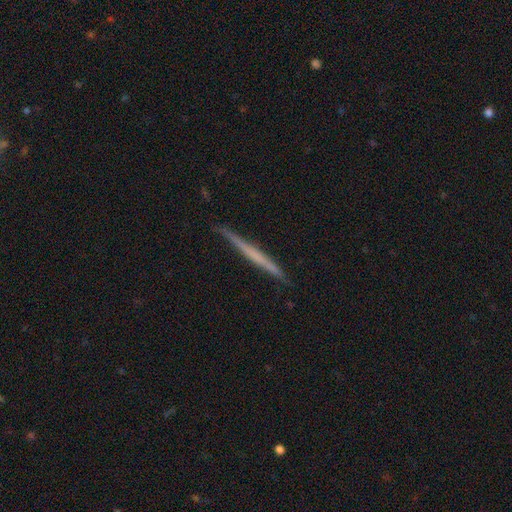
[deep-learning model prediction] The model was most divided on "smooth or featured": featured or disk: 51%, smooth: 43%, star or artifact: 6%. More confident: edge-on disk — yes (98%); merging — none (89%).